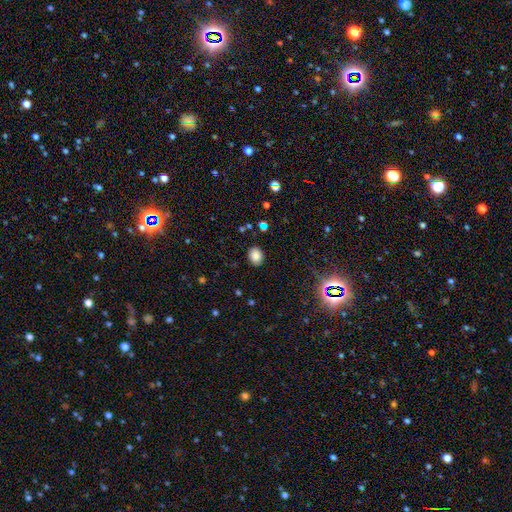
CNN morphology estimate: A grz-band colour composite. It shows a smooth galaxy with no disk features (85%) that is in between round and cigar-shaped (52%). Merging: none (88%).